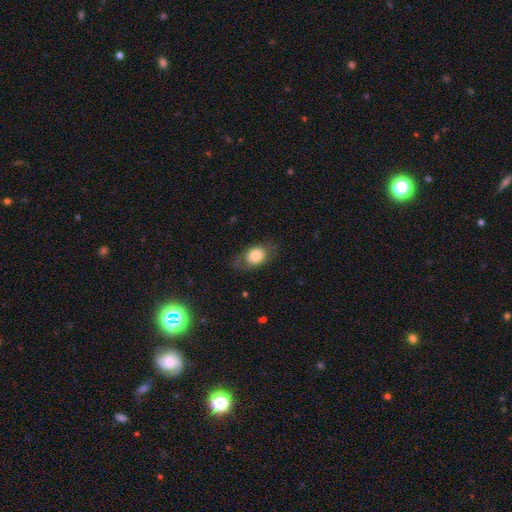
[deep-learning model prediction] Overall: smooth (71%). How rounded: in between (67%; round 31%). Merging: none (72%).